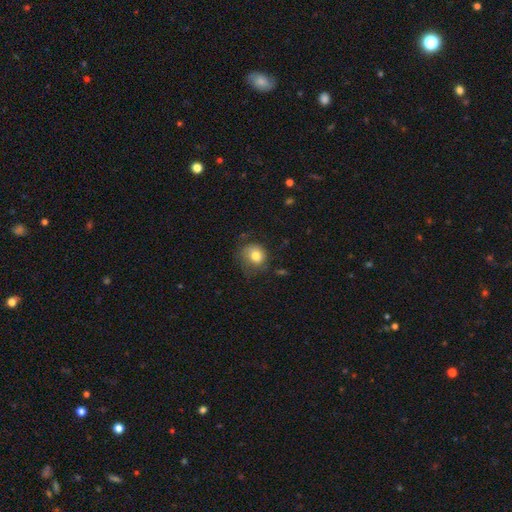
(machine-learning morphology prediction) Q: Smooth or featured?
A: smooth (78%); runner-up: featured or disk (13%)
Q: How rounded?
A: round (74%); runner-up: in between (25%)
Q: Merging?
A: none (59%); runner-up: minor disturbance (26%)